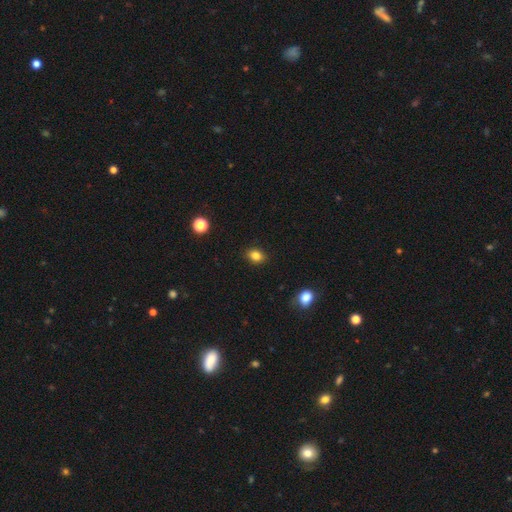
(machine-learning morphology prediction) smooth-or-featured: smooth: 84% | star or artifact: 11% | featured or disk: 5%
  how-rounded: in between: 64% | round: 35% | cigar-shaped: 1%
  merging: none: 88% | minor disturbance: 9% | major disturbance: 2% | merger: 1%